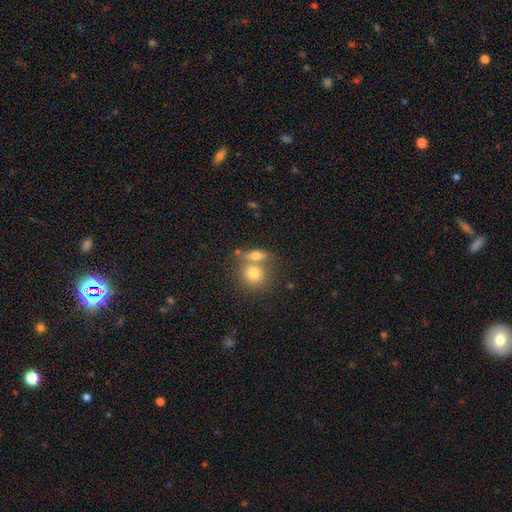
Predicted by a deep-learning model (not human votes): This appears to be a smooth galaxy with no disk features (73%) that is in between round and cigar-shaped (56%). Merging: merger (44%).